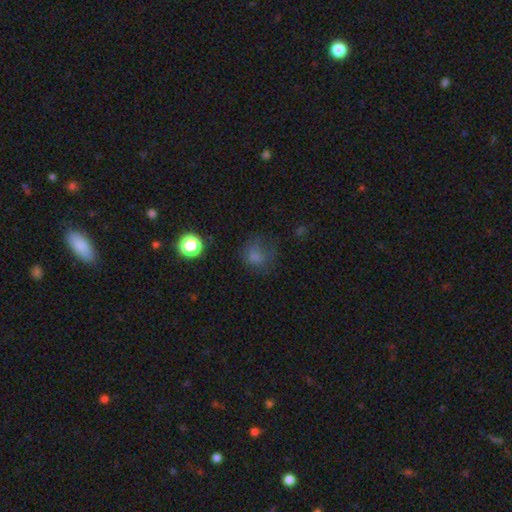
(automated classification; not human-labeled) This is likely a smooth galaxy (70%). How rounded: likely round (74%). Merging: possibly none (54%).